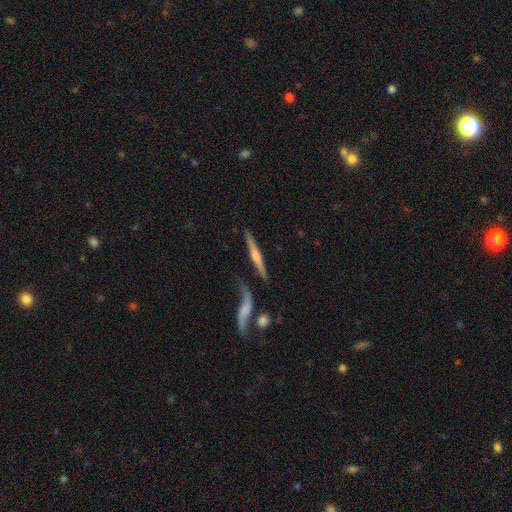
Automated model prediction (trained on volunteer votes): smooth-or-featured: featured or disk: 74% | smooth: 19% | star or artifact: 7%
  disk-edge-on: yes: 93% | no: 7%
    edge-on-bulge: rounded: 79% | none: 12% | boxy: 9%
  merging: none: 67% | minor disturbance: 15% | merger: 12% | major disturbance: 6%